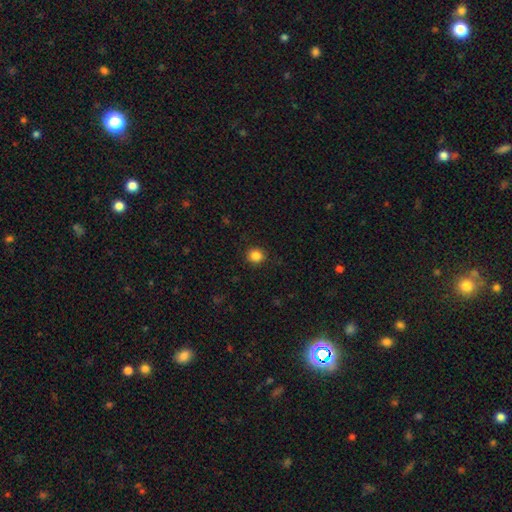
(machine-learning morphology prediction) Overall: smooth (85%). How rounded: round (84%). Merging: none (89%).